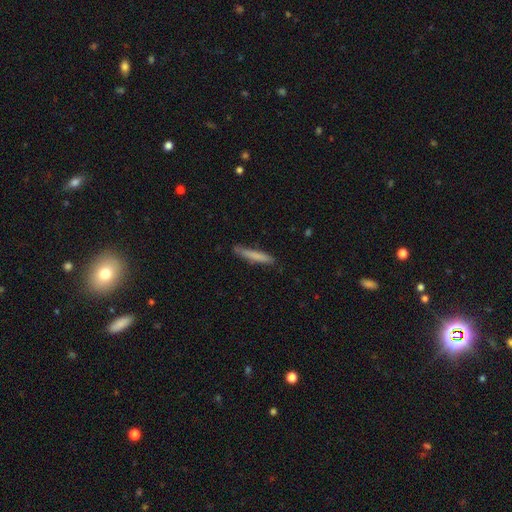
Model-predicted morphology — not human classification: Smooth or featured?
  - smooth: 74% *
  - featured or disk: 20%
  - star or artifact: 6%
How rounded?
  - cigar-shaped: 94% *
  - in between: 4%
  - round: 1%
Merging?
  - none: 80% *
  - minor disturbance: 16%
  - major disturbance: 3%
  - merger: 2%